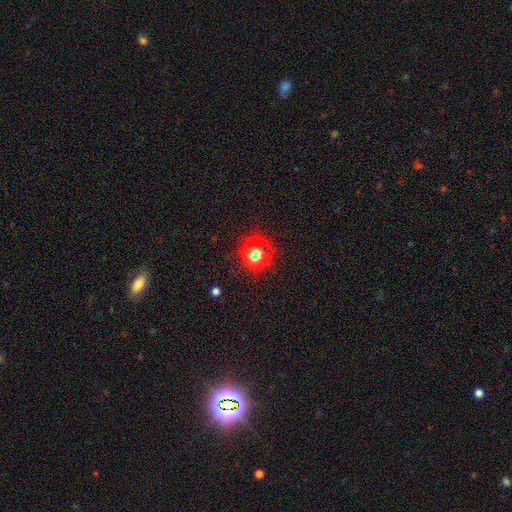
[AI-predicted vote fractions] Smooth or featured? Predicted: smooth (p=0.54). How rounded? Predicted: round (p=0.89). Merging? Predicted: none (p=0.82).